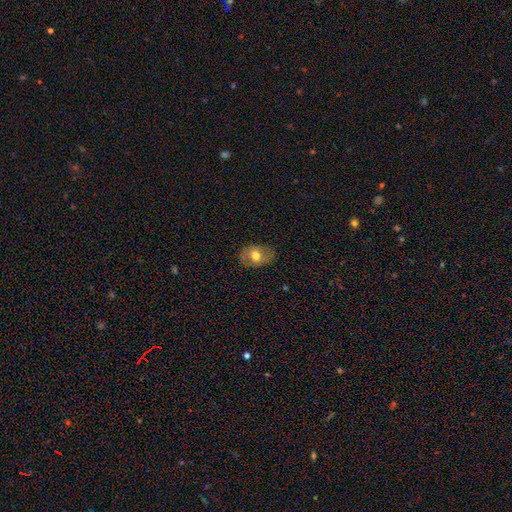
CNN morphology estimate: This is likely a smooth galaxy (65%). How rounded: likely in between (75%). Merging: likely none (79%).